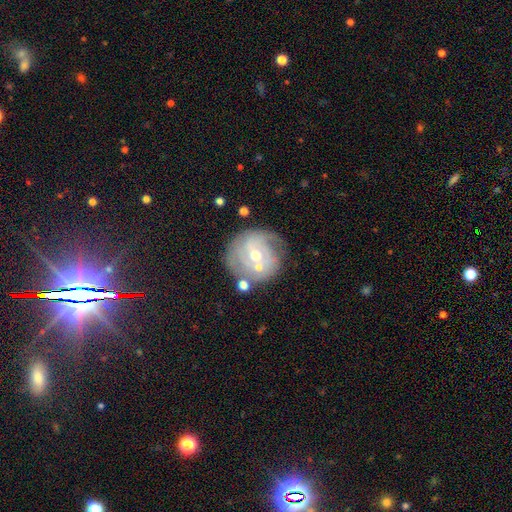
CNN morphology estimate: smooth-or-featured: featured or disk: 72% | smooth: 20% | star or artifact: 8%
  disk-edge-on: no: 97% | yes: 3%
    bar: no: 56% | weak: 35% | strong: 9%
    has-spiral-arms: yes: 81% | no: 19%
      spiral-winding: tight: 60% | medium: 29% | loose: 11%
      spiral-arm-count: can't tell: 36% | 2: 35% | 3: 15% | 1: 6% | 4: 5% | more than 4: 3%
    bulge-size: moderate: 55% | small: 41% | large: 2% | none: 1% | dominant: 1%
  merging: none: 62% | minor disturbance: 19% | merger: 10% | major disturbance: 9%